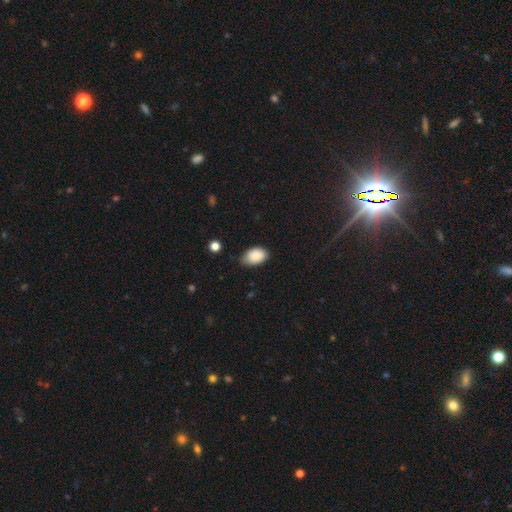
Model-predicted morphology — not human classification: This is clearly a smooth galaxy (89%). How rounded: clearly in between (90%). Merging: likely none (68%).